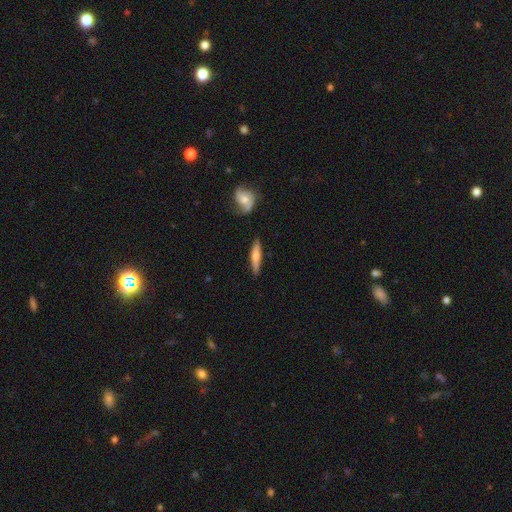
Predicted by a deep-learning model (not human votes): Overall: smooth (52%; featured or disk 43%). How rounded: cigar-shaped (86%). Merging: none (85%).